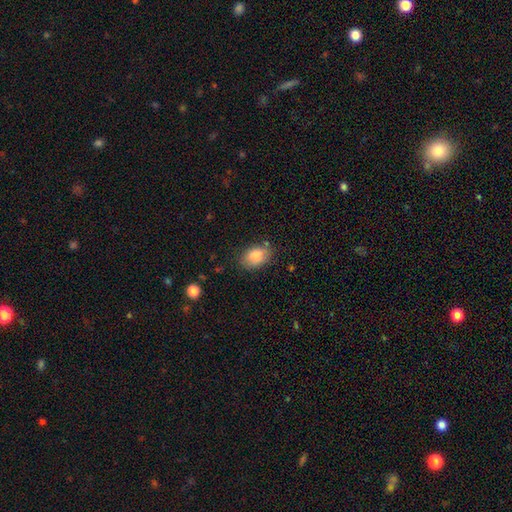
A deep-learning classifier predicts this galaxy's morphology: Smooth or featured? smooth (82%)
How rounded? in between (82%)
Merging? none (78%)